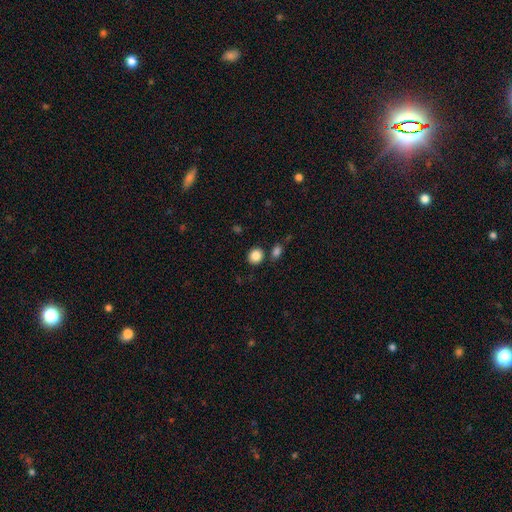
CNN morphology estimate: Smooth or featured?
  - smooth: 86% *
  - star or artifact: 9%
  - featured or disk: 4%
How rounded?
  - round: 82% *
  - in between: 18%
  - cigar-shaped: 1%
Merging?
  - none: 81% *
  - minor disturbance: 8%
  - merger: 8%
  - major disturbance: 3%